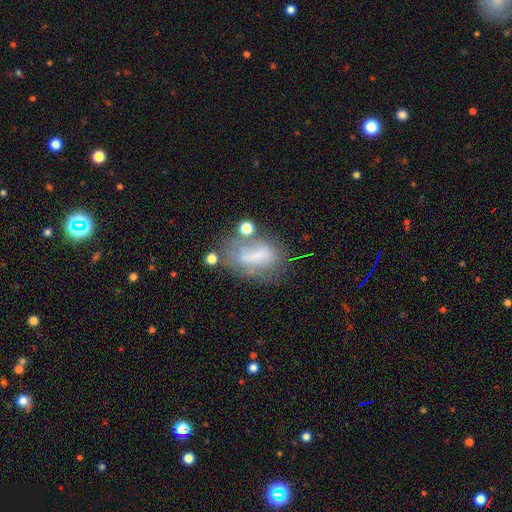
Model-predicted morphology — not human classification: A smooth galaxy with no disk features (49%). Merging: none (38%).